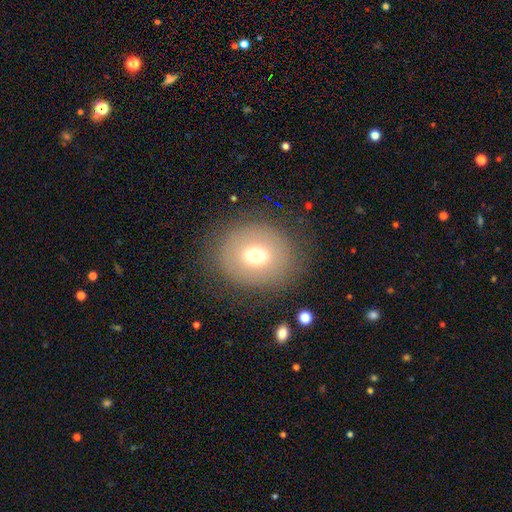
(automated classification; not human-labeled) Smooth or featured? smooth (66%)
How rounded? round (78%)
Merging? none (79%)